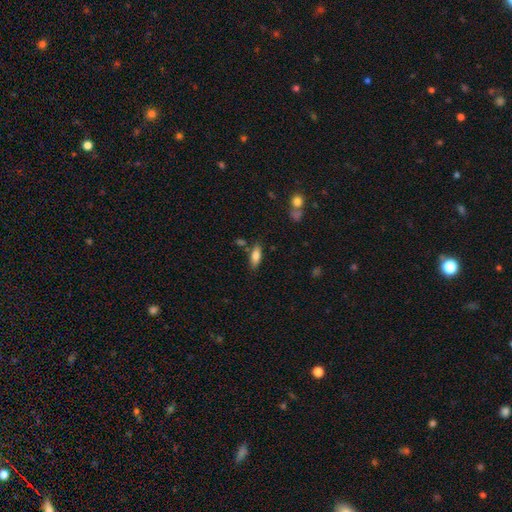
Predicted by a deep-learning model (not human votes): Morphology: type=smooth (78%); roundness=in between (77%); merging=none (77%).